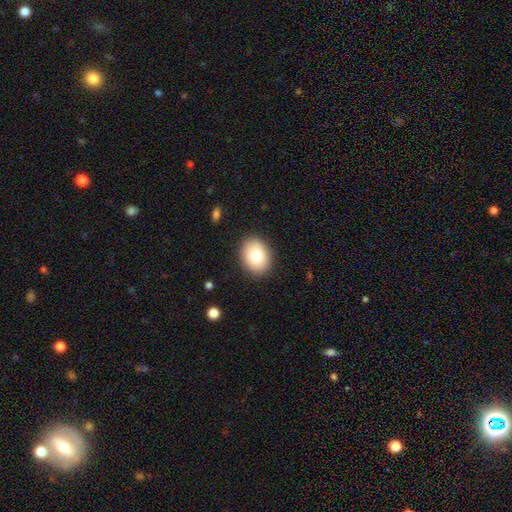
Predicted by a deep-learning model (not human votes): smooth-or-featured: smooth: 79% | featured or disk: 13% | star or artifact: 8%
  how-rounded: in between: 61% | round: 38% | cigar-shaped: 1%
  merging: none: 89% | minor disturbance: 8% | major disturbance: 2% | merger: 1%